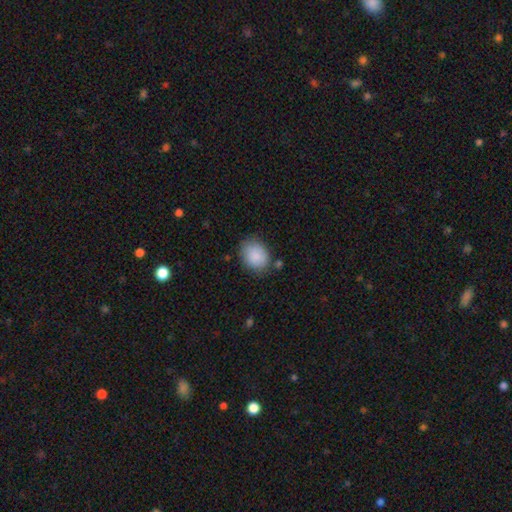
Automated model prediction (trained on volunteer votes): Smooth or featured?
  - smooth: 88% *
  - star or artifact: 7%
  - featured or disk: 5%
How rounded?
  - in between: 55% *
  - round: 44%
  - cigar-shaped: 1%
Merging?
  - none: 74% *
  - minor disturbance: 18%
  - major disturbance: 5%
  - merger: 3%